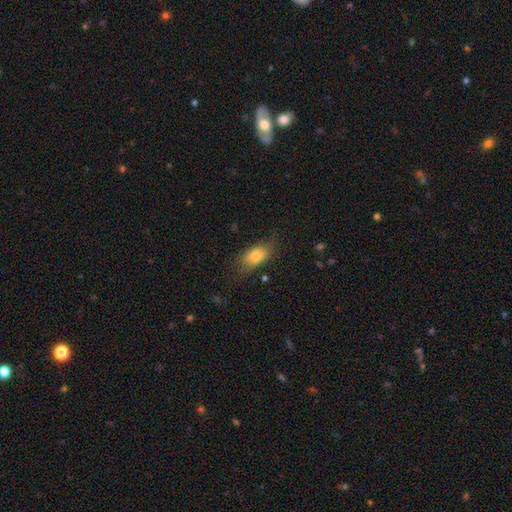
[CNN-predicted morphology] smooth-or-featured: smooth: 78% | featured or disk: 14% | star or artifact: 8%
  how-rounded: in between: 84% | cigar-shaped: 9% | round: 7%
  merging: none: 69% | minor disturbance: 21% | major disturbance: 8% | merger: 2%